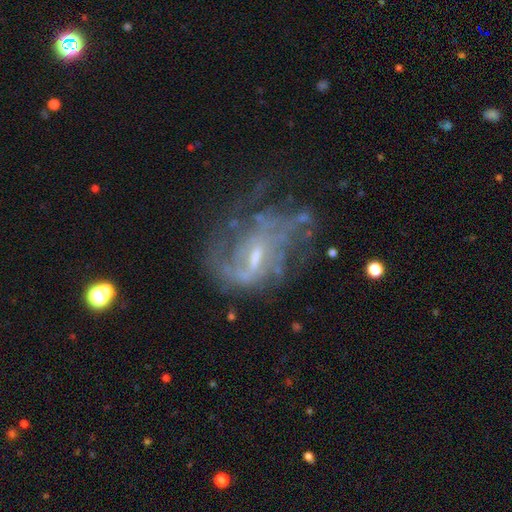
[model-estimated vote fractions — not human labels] The model was most divided on "spiral winding": medium: 39%, loose: 36%, tight: 26%. Remaining: edge-on disk — no (97%); smooth or featured — featured or disk (79%); spiral arms — yes (76%); bulge size — small (56%); bar — weak (54%); spiral arm count — can't tell (45%); merging — none (43%).